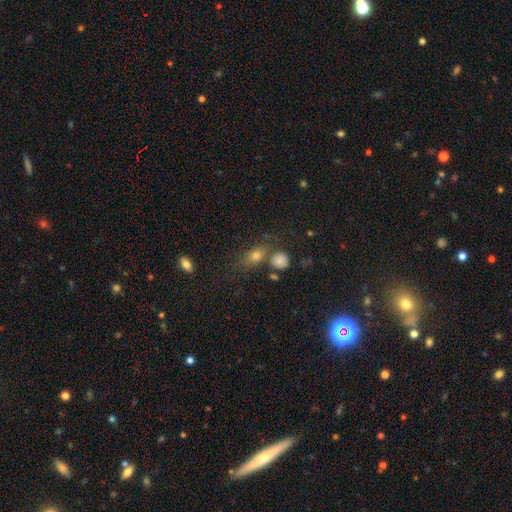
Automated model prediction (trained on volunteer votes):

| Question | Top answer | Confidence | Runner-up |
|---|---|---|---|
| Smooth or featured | smooth | 75% | star or artifact (13%) |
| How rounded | in between | 63% | round (30%) |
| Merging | none | 58% | minor disturbance (17%) |